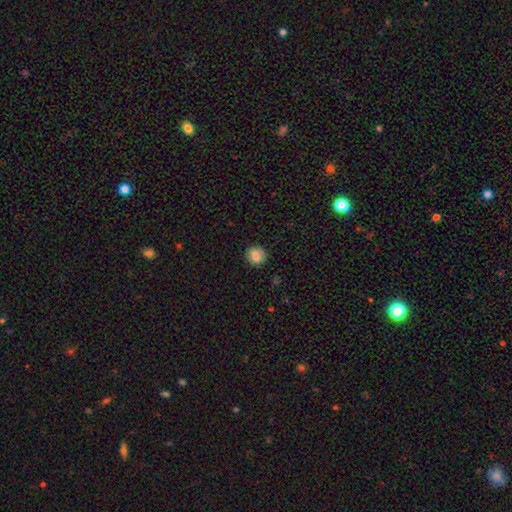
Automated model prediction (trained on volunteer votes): smooth_or_featured: smooth (p=0.83) [alt: star or artifact p=0.10]
how_rounded: round (p=0.79) [alt: in between p=0.20]
merging: none (p=0.85) [alt: minor disturbance p=0.11]